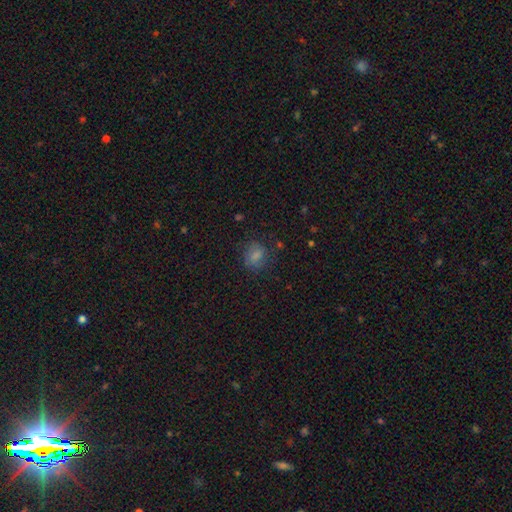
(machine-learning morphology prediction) A smooth galaxy with no disk features (73%) that is round (55%). Merging: none (70%).